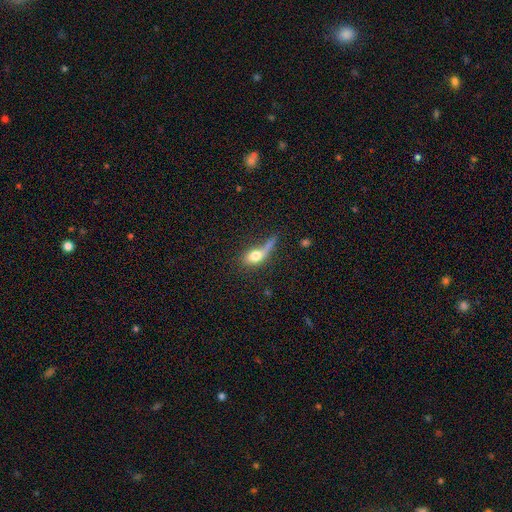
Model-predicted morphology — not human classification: smooth 65%, featured or disk 25%, star or artifact 9%. Down the decision tree: how rounded — in between (61%); merging — major disturbance (36%).